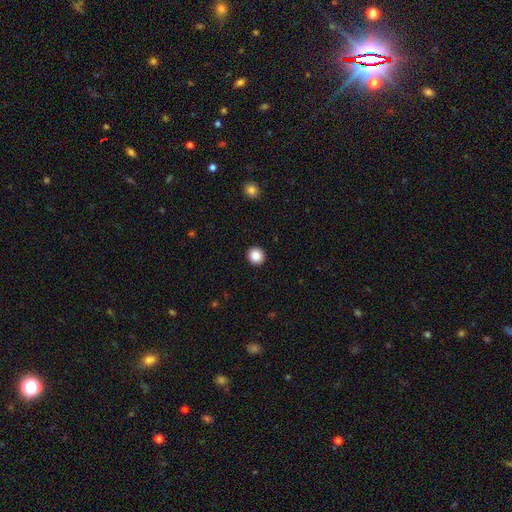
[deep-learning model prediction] Smooth or featured? Predicted: smooth (p=0.88). How rounded? Predicted: round (p=0.90). Merging? Predicted: none (p=0.93).